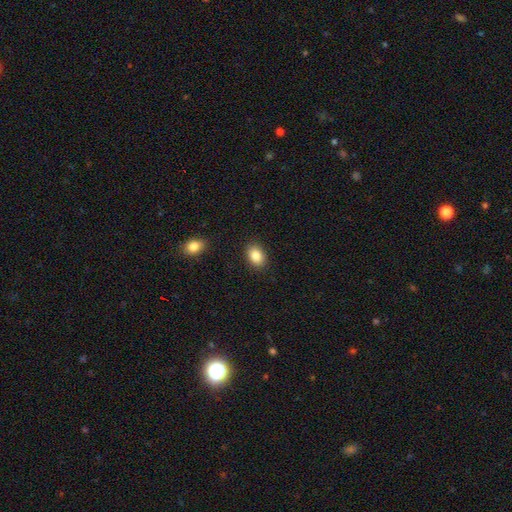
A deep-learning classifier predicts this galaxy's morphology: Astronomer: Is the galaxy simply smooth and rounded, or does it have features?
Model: smooth — 86%.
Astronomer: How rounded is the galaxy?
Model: in between — 78%.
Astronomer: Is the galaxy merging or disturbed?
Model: none — 88%.